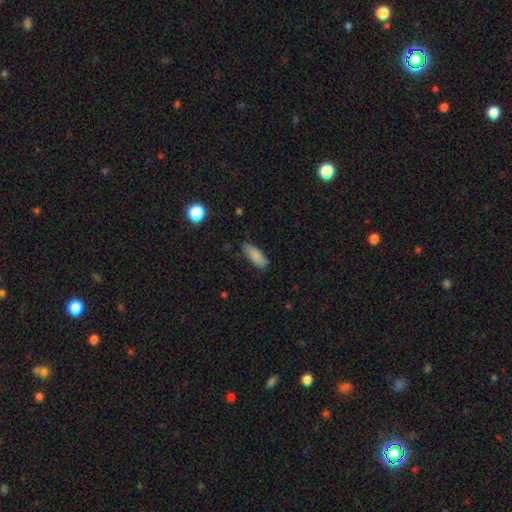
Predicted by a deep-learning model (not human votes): A smooth galaxy with no disk features (86%) that is in between round and cigar-shaped (70%).

Vote fractions:
- Smooth or featured? smooth: 86% / featured or disk: 8% / star or artifact: 7%
- How rounded? in between: 70% / cigar-shaped: 29% / round: 2%
- Merging? none: 80% / minor disturbance: 16% / major disturbance: 3% / merger: 1%